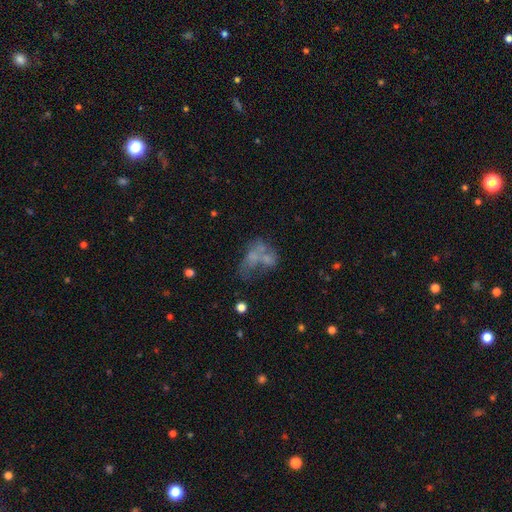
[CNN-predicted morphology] Overall: featured or disk (48%; smooth 35%). Merging: merger (40%; major disturbance 27%).